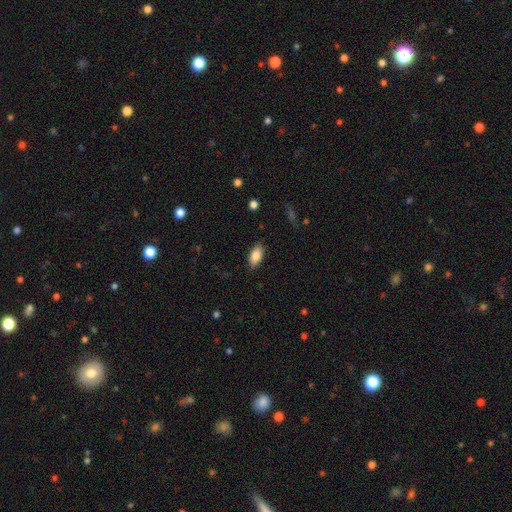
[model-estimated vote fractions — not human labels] smooth_or_featured: smooth (p=0.85) [alt: featured or disk p=0.08]
how_rounded: in between (p=0.90) [alt: cigar-shaped p=0.07]
merging: none (p=0.86) [alt: minor disturbance p=0.10]